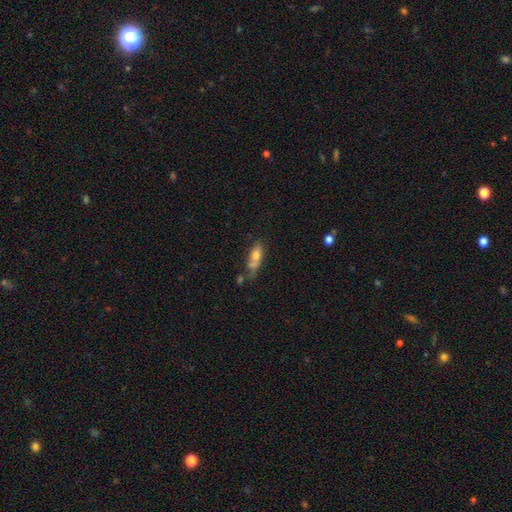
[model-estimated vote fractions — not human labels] The model was most divided on "merging": none: 37%, merger: 27%, minor disturbance: 23%, major disturbance: 12%. More confident: how rounded — in between (68%); smooth or featured — smooth (63%).